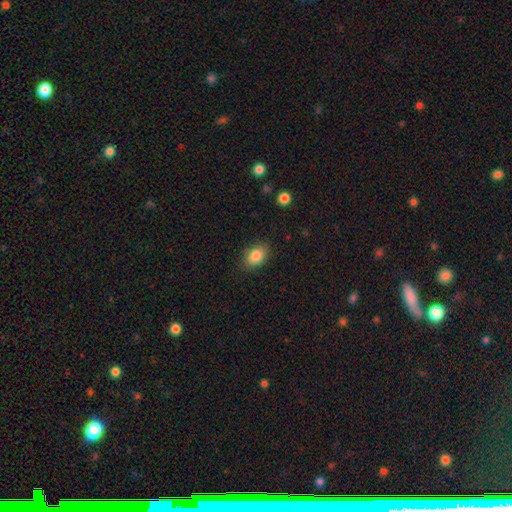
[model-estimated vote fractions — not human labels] A smooth galaxy with no disk features (86%) that is in between round and cigar-shaped (78%).

Vote fractions:
- Smooth or featured? smooth: 86% / star or artifact: 8% / featured or disk: 6%
- How rounded? in between: 78% / round: 20% / cigar-shaped: 1%
- Merging? none: 83% / minor disturbance: 13% / major disturbance: 3% / merger: 1%